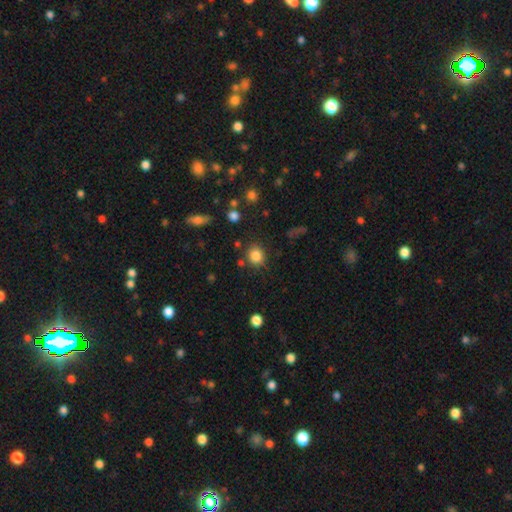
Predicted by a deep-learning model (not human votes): Smooth or featured?
  - smooth: 84% *
  - star or artifact: 11%
  - featured or disk: 6%
How rounded?
  - round: 80% *
  - in between: 19%
  - cigar-shaped: 1%
Merging?
  - none: 82% *
  - minor disturbance: 10%
  - merger: 5%
  - major disturbance: 3%